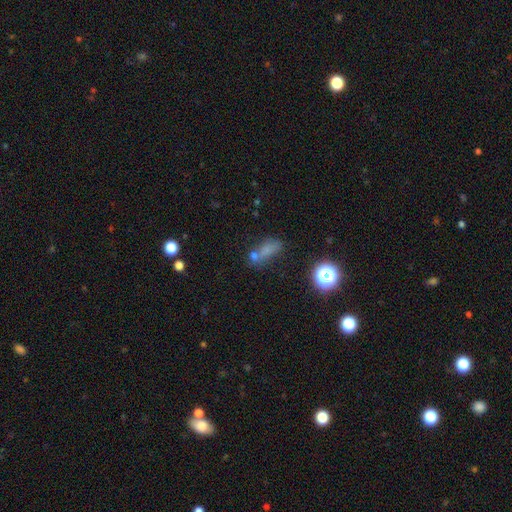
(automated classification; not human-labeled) A smooth galaxy with no disk features (61%) that is in between round and cigar-shaped (57%).

Vote fractions:
- Smooth or featured? smooth: 61% / star or artifact: 26% / featured or disk: 13%
- How rounded? in between: 57% / cigar-shaped: 24% / round: 19%
- Merging? none: 48% / merger: 26% / minor disturbance: 15% / major disturbance: 10%